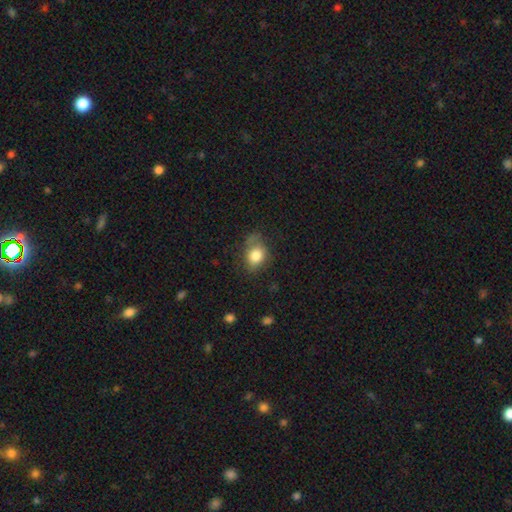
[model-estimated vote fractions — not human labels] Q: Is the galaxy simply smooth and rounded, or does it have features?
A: smooth — 79%.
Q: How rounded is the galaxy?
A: in between — 61%.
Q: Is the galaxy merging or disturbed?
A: none — 51%.